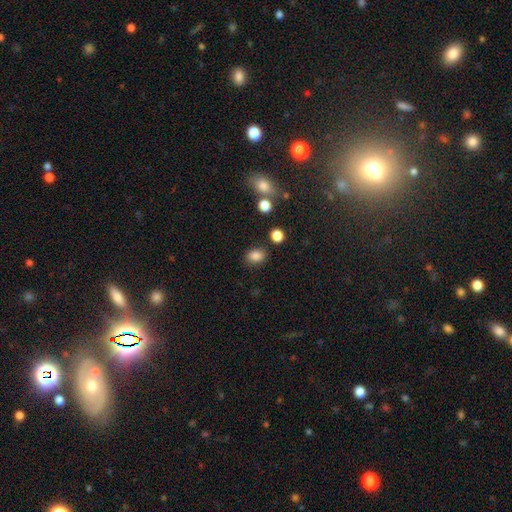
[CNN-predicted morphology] A smooth galaxy with no disk features (84%) that is in between round and cigar-shaped (66%).

Vote fractions:
- Smooth or featured? smooth: 84% / star or artifact: 11% / featured or disk: 4%
- How rounded? in between: 66% / round: 33% / cigar-shaped: 1%
- Merging? none: 81% / minor disturbance: 11% / merger: 4% / major disturbance: 3%